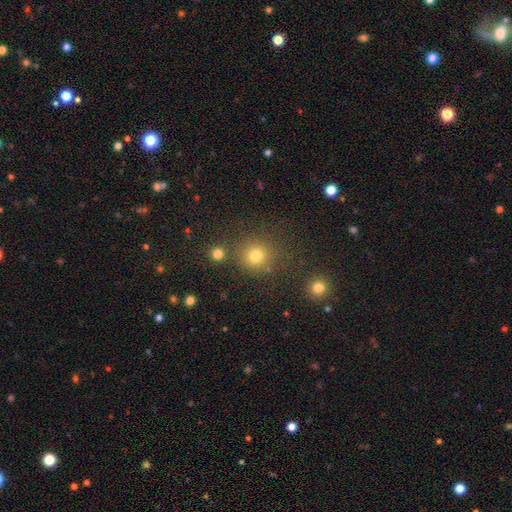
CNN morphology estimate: Smooth or featured?
  - smooth: 78% *
  - star or artifact: 16%
  - featured or disk: 6%
How rounded?
  - round: 91% *
  - in between: 8%
  - cigar-shaped: 1%
Merging?
  - none: 80% *
  - minor disturbance: 9%
  - merger: 7%
  - major disturbance: 4%